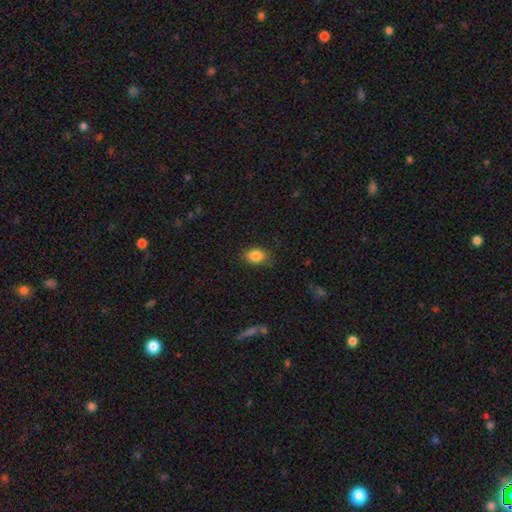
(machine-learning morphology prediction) smooth 86%, star or artifact 9%, featured or disk 5%. Down the decision tree: how rounded — in between (70%); merging — none (79%).